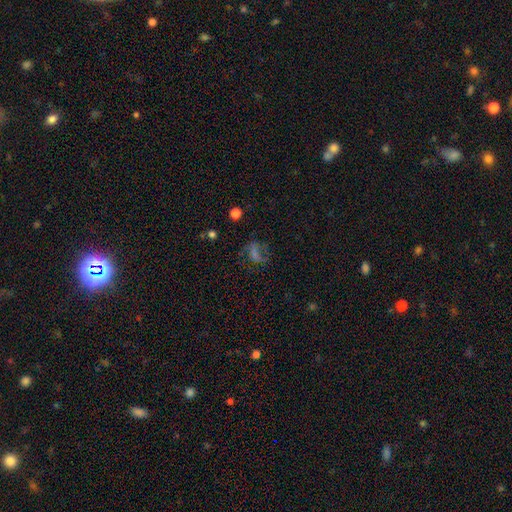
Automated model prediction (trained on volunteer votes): Q: Smooth or featured?
A: featured or disk (36%); runner-up: smooth (35%)
Q: Merging?
A: none (55%); runner-up: major disturbance (23%)